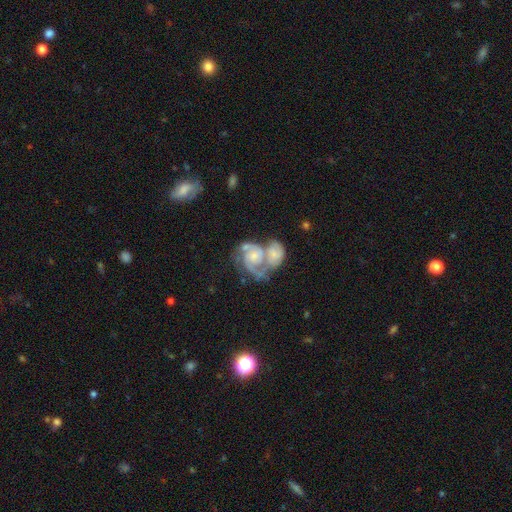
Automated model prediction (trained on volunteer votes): Smooth or featured?
  - featured or disk: 85% *
  - smooth: 9%
  - star or artifact: 6%
Edge-on disk?
  - no: 98% *
  - yes: 2%
Bar?
  - no: 65% *
  - weak: 29%
  - strong: 6%
Spiral arms?
  - yes: 95% *
  - no: 5%
Spiral winding?
  - medium: 47% *
  - tight: 41%
  - loose: 12%
Spiral arm count?
  - 2: 76% *
  - 3: 8%
  - can't tell: 8%
  - 1: 4%
  - 4: 2%
  - more than 4: 2%
Bulge size?
  - small: 51% *
  - moderate: 32%
  - none: 11%
  - large: 4%
  - dominant: 2%
Merging?
  - merger: 63% *
  - none: 19%
  - minor disturbance: 9%
  - major disturbance: 9%